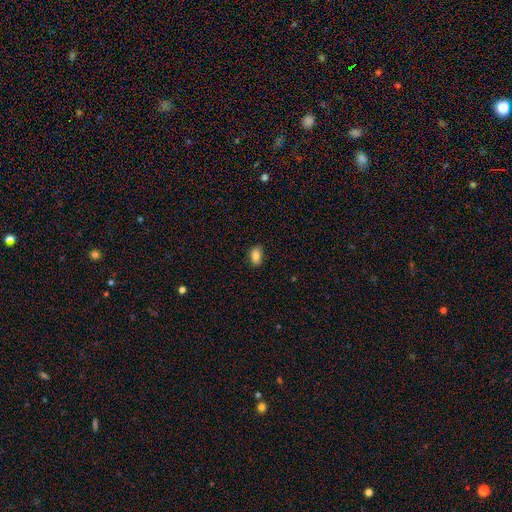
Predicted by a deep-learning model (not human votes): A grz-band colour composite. It shows a smooth galaxy with no disk features (84%) that is in between round and cigar-shaped (89%). Merging: none (86%).